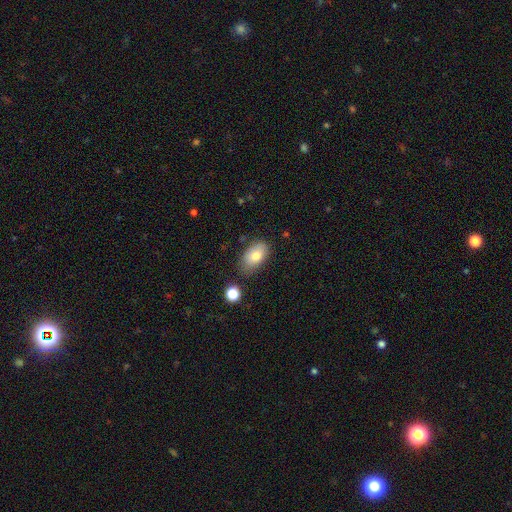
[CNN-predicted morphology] This appears to be a smooth galaxy with no disk features (78%) that is in between round and cigar-shaped (92%). Merging: none (73%).